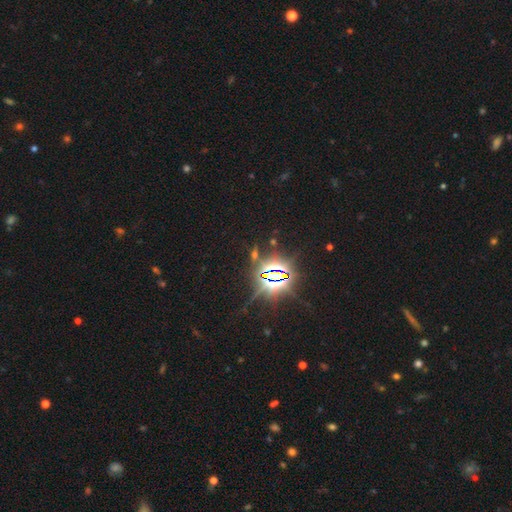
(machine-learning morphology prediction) type=star or artifact (85%).